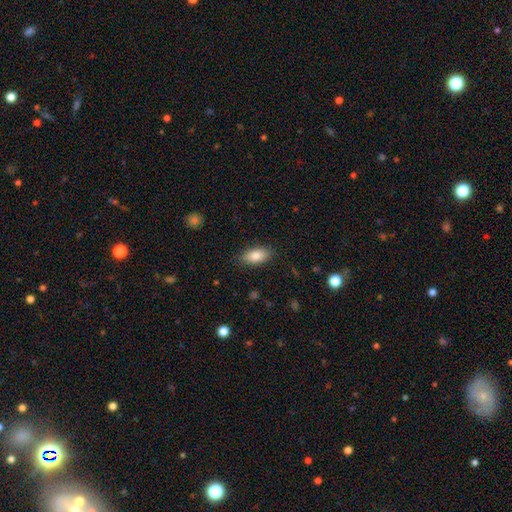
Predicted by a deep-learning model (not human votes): Smooth or featured? Predicted: smooth (p=0.85). How rounded? Predicted: in between (p=0.90). Merging? Predicted: none (p=0.86).